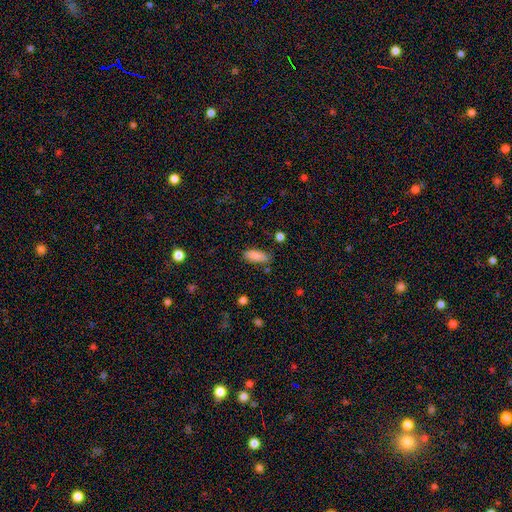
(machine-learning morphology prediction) type=smooth (86%); roundness=in between (80%); merging=none (75%).